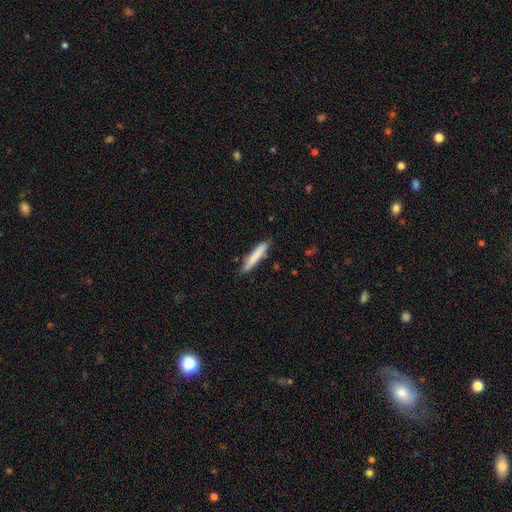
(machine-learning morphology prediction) Overall: smooth (77%). How rounded: cigar-shaped (93%). Merging: none (82%).